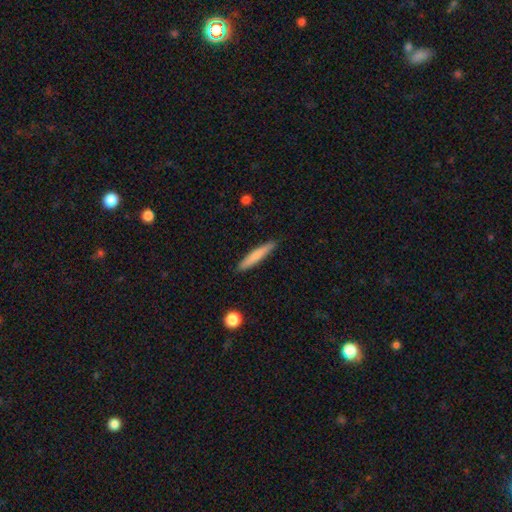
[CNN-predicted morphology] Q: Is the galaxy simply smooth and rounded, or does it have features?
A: smooth — 72%.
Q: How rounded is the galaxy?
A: cigar-shaped — 93%.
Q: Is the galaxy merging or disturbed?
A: none — 88%.